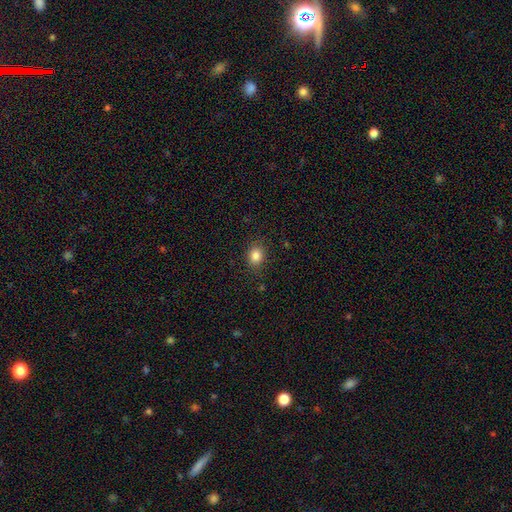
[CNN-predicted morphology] A smooth galaxy with no disk features (84%) that is round (55%).

Vote fractions:
- Smooth or featured? smooth: 84% / star or artifact: 11% / featured or disk: 5%
- How rounded? round: 55% / in between: 44% / cigar-shaped: 1%
- Merging? none: 84% / minor disturbance: 12% / major disturbance: 3% / merger: 1%